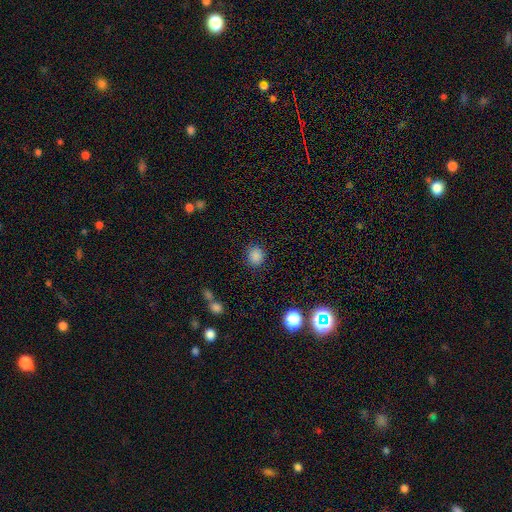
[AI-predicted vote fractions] Smooth or featured?
  - smooth: 85% *
  - star or artifact: 12%
  - featured or disk: 3%
How rounded?
  - round: 78% *
  - in between: 21%
  - cigar-shaped: 1%
Merging?
  - none: 88% *
  - minor disturbance: 8%
  - major disturbance: 3%
  - merger: 2%